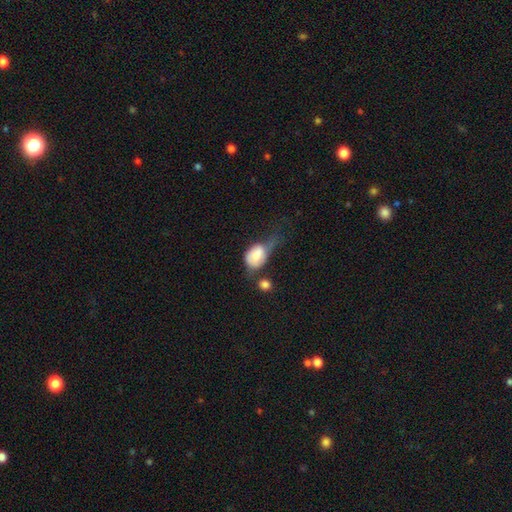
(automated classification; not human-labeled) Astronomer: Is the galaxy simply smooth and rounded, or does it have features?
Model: smooth — 72%.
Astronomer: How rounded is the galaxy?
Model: in between — 66%.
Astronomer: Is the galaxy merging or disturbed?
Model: major disturbance — 37% (runner-up: minor disturbance, 28%).